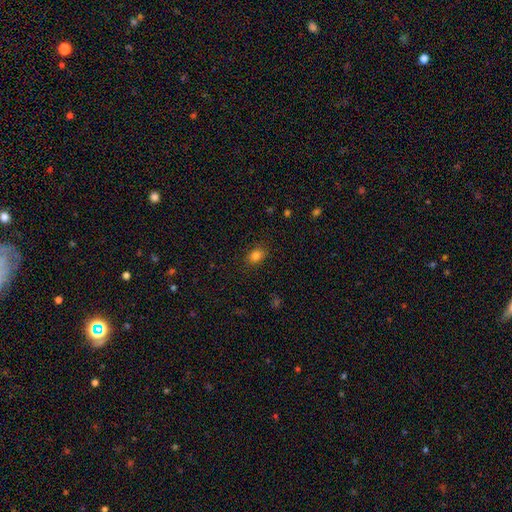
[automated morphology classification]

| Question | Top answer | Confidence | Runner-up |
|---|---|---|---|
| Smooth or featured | smooth | 82% | star or artifact (11%) |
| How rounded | in between | 64% | round (35%) |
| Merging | none | 86% | minor disturbance (10%) |